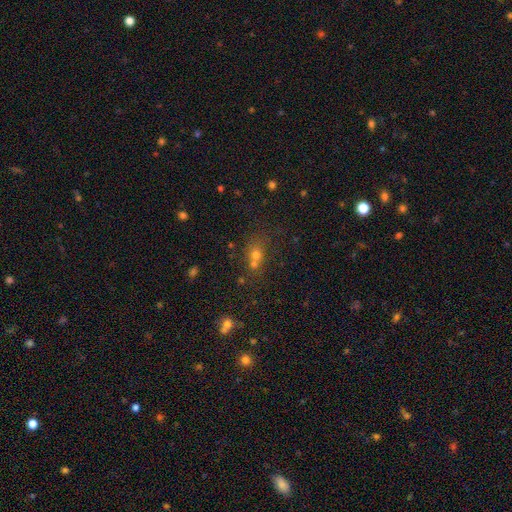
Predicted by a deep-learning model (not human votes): Q: Smooth or featured?
A: smooth (59%); runner-up: star or artifact (27%)
Q: How rounded?
A: round (71%); runner-up: in between (27%)
Q: Merging?
A: none (43%); runner-up: merger (42%)